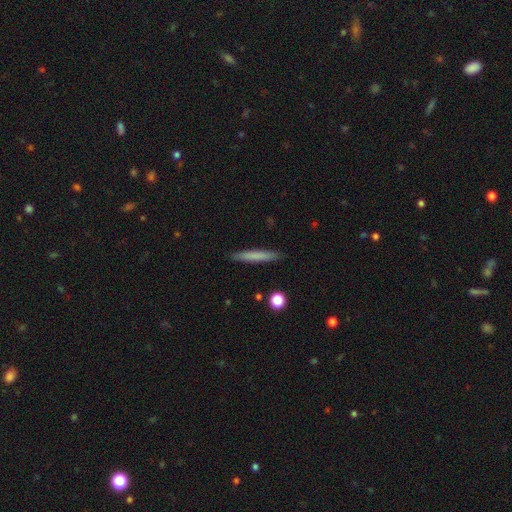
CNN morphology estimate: Smooth or featured?
  - smooth: 72% *
  - featured or disk: 22%
  - star or artifact: 6%
How rounded?
  - cigar-shaped: 95% *
  - in between: 4%
  - round: 1%
Merging?
  - none: 90% *
  - minor disturbance: 7%
  - major disturbance: 1%
  - merger: 1%